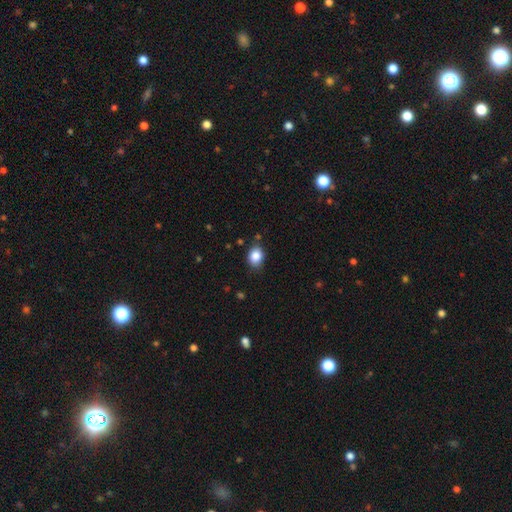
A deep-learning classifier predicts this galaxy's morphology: Q: Smooth or featured?
A: smooth (85%); runner-up: star or artifact (10%)
Q: How rounded?
A: in between (52%); runner-up: round (47%)
Q: Merging?
A: none (81%); runner-up: minor disturbance (14%)